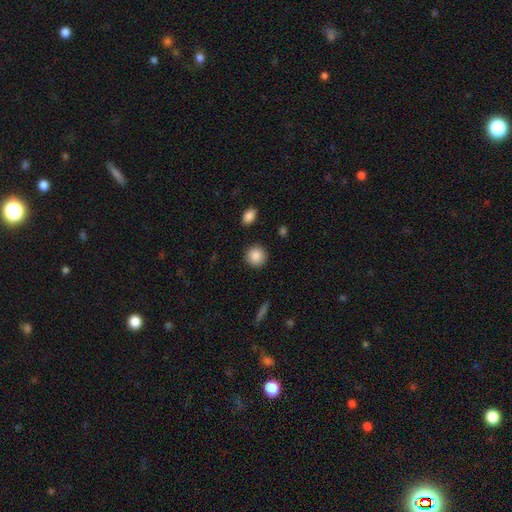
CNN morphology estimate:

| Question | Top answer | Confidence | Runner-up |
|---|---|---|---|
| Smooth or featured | smooth | 88% | star or artifact (8%) |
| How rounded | round | 92% | in between (7%) |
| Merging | none | 91% | minor disturbance (6%) |